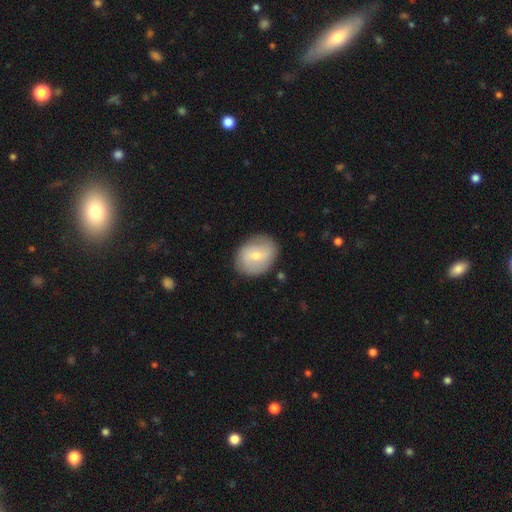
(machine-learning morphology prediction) Smooth or featured?
  - smooth: 51% *
  - featured or disk: 42%
  - star or artifact: 7%
How rounded?
  - round: 51% *
  - in between: 48%
  - cigar-shaped: 1%
Merging?
  - none: 80% *
  - minor disturbance: 14%
  - major disturbance: 4%
  - merger: 2%